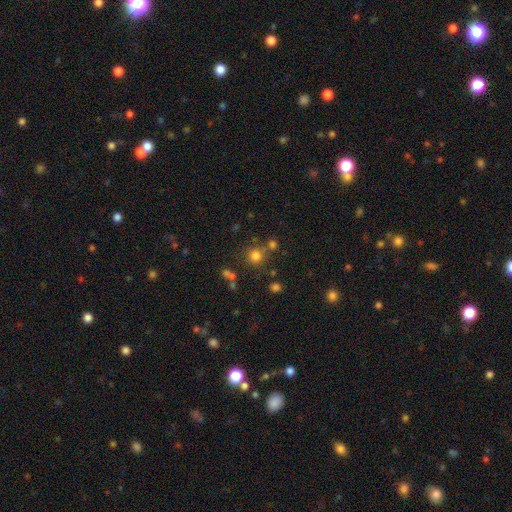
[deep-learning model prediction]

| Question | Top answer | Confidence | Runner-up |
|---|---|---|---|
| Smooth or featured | smooth | 74% | star or artifact (18%) |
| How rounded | round | 90% | in between (9%) |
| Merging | none | 71% | merger (16%) |